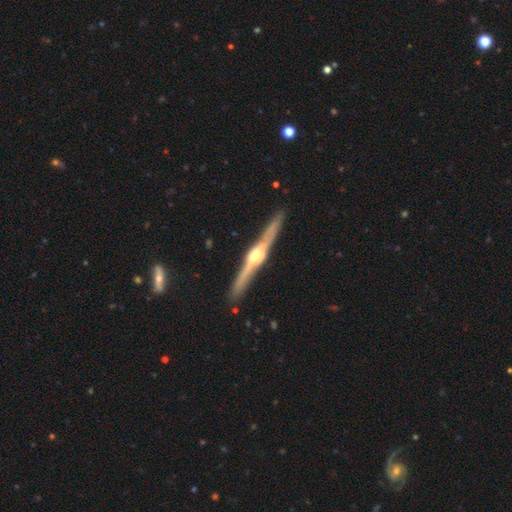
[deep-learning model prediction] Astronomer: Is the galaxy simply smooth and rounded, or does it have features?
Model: featured or disk — 85%.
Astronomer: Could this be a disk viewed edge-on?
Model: yes — 98%.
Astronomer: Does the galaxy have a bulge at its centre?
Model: rounded — 90%.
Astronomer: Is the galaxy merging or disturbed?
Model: none — 90%.